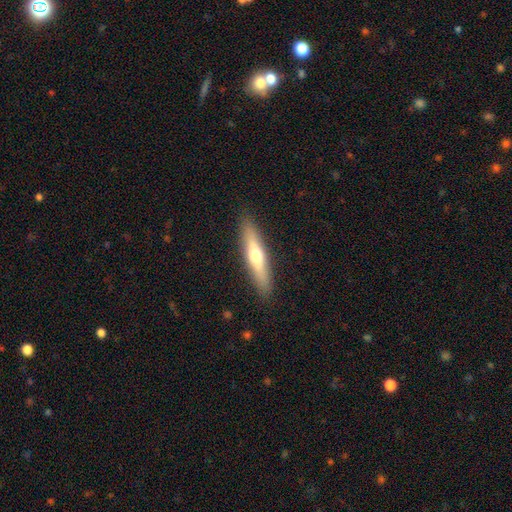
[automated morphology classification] smooth 49%, featured or disk 45%, star or artifact 6%. Down the decision tree: merging — none (90%).